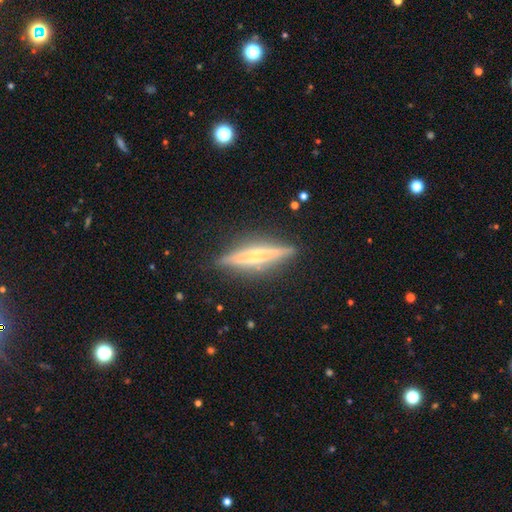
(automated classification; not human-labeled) Smooth or featured? featured or disk (75%)
Edge-on disk? yes (96%)
Edge-on bulge? rounded (63%)
Merging? none (86%)